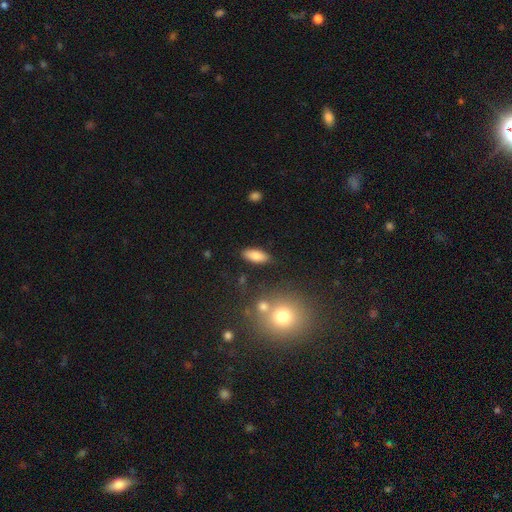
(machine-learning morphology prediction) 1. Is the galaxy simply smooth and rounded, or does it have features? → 82% smooth, 10% featured or disk, 8% star or artifact.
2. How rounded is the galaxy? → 80% in between, 18% cigar-shaped, 3% round.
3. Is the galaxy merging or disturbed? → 85% none, 10% minor disturbance, 3% merger, 3% major disturbance.